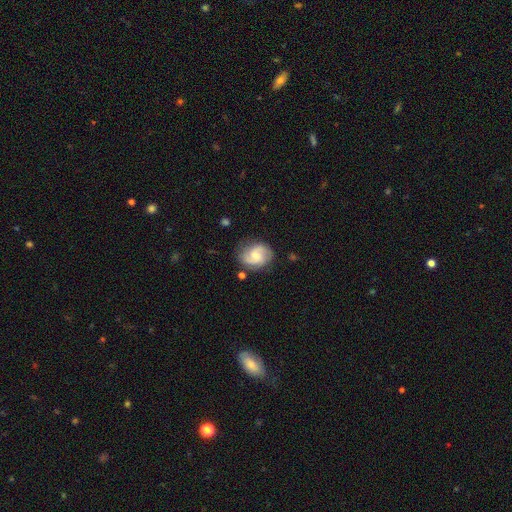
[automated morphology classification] featured or disk 74%, smooth 20%, star or artifact 7%. Down the decision tree: edge-on disk — no (98%); bar — weak (46%); spiral arms — yes (95%); spiral arm count — 2 (85%); spiral winding — medium (49%); bulge size — small (45%); merging — none (77%).